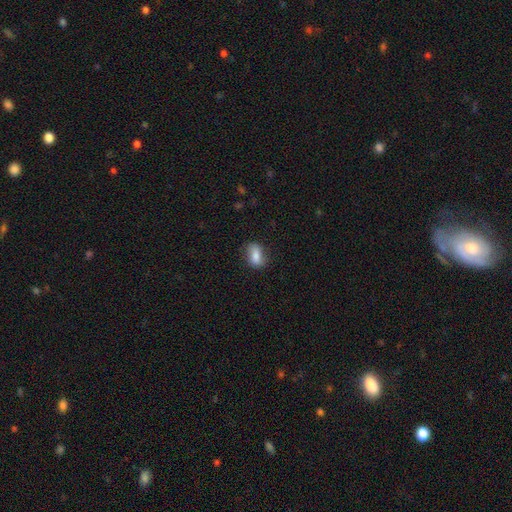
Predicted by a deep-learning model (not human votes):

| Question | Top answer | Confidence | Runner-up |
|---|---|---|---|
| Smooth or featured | smooth | 81% | featured or disk (11%) |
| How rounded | in between | 83% | round (12%) |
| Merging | none | 73% | minor disturbance (20%) |